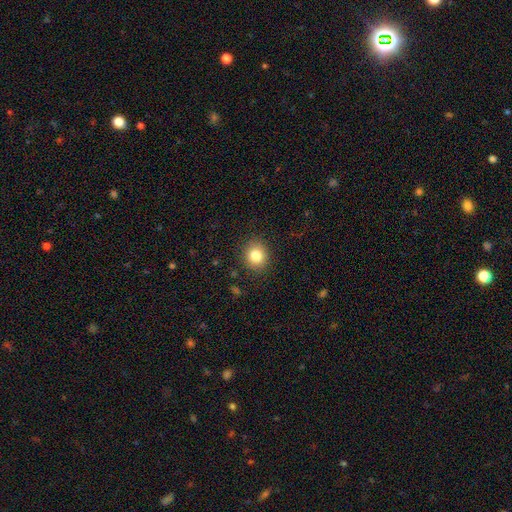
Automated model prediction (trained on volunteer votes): Smooth or featured?
  - smooth: 82% *
  - star or artifact: 11%
  - featured or disk: 7%
How rounded?
  - round: 81% *
  - in between: 18%
  - cigar-shaped: 1%
Merging?
  - none: 89% *
  - minor disturbance: 8%
  - major disturbance: 3%
  - merger: 1%